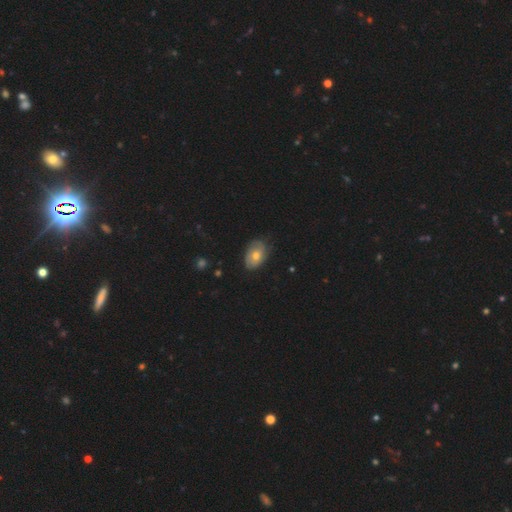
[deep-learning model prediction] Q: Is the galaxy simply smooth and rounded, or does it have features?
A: smooth — 54%.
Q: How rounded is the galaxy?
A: in between — 85%.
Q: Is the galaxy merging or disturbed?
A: none — 69%.